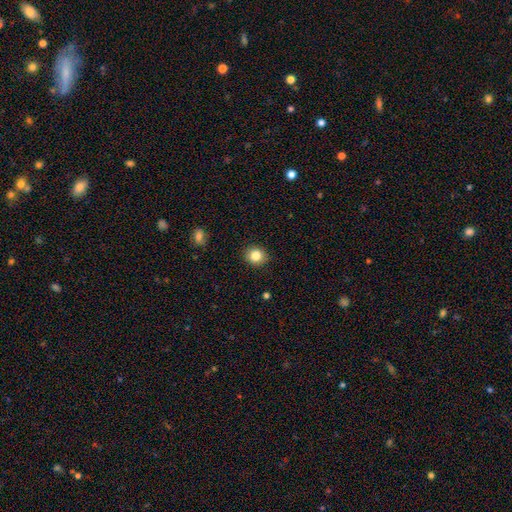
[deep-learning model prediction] Smooth or featured?
  - smooth: 84% *
  - star or artifact: 11%
  - featured or disk: 5%
How rounded?
  - round: 82% *
  - in between: 17%
  - cigar-shaped: 1%
Merging?
  - none: 90% *
  - minor disturbance: 7%
  - major disturbance: 2%
  - merger: 1%